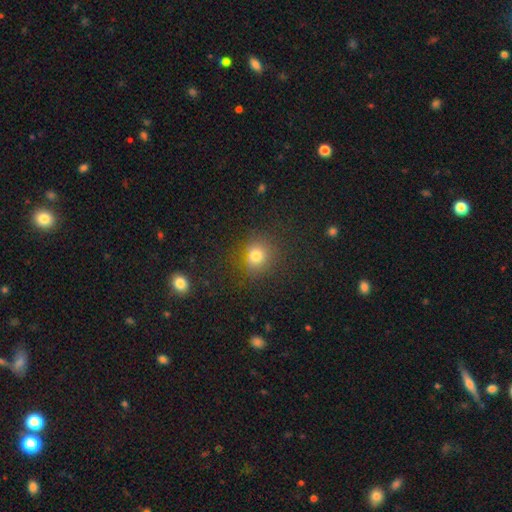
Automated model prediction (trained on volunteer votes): smooth_or_featured: smooth (p=0.76) [alt: star or artifact p=0.17]
how_rounded: round (p=0.80) [alt: in between p=0.18]
merging: none (p=0.80) [alt: minor disturbance p=0.13]